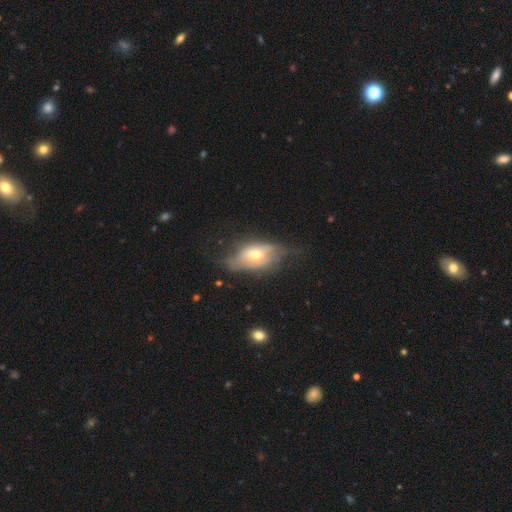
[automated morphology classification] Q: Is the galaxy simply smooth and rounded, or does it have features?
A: featured or disk — 56%.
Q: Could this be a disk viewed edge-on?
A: no — 69%.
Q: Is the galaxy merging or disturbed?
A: none — 49%.